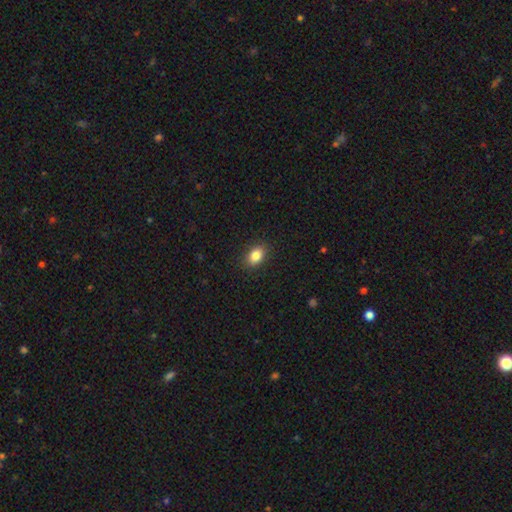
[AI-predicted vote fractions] The model was most divided on "how rounded": in between: 79%, round: 19%, cigar-shaped: 2%. More confident: merging — none (88%); smooth or featured — smooth (85%).